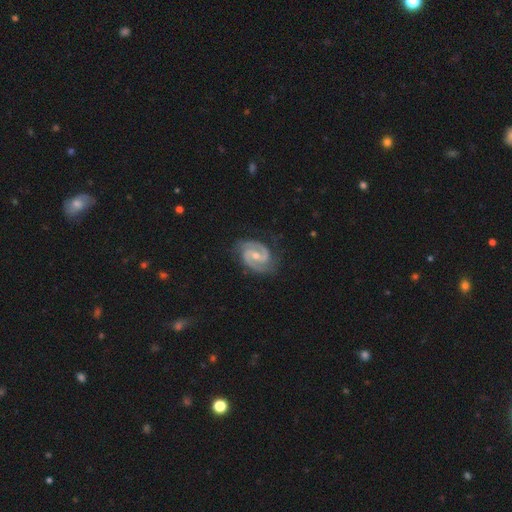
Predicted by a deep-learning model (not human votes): The model was most divided on "bulge size": moderate: 52%, small: 44%, none: 2%, large: 1%, dominant: 1%. More confident: spiral arms — yes (98%); edge-on disk — no (98%); spiral arm count — 2 (93%); smooth or featured — featured or disk (93%); merging — none (81%); spiral winding — medium (52%); bar — weak (50%).